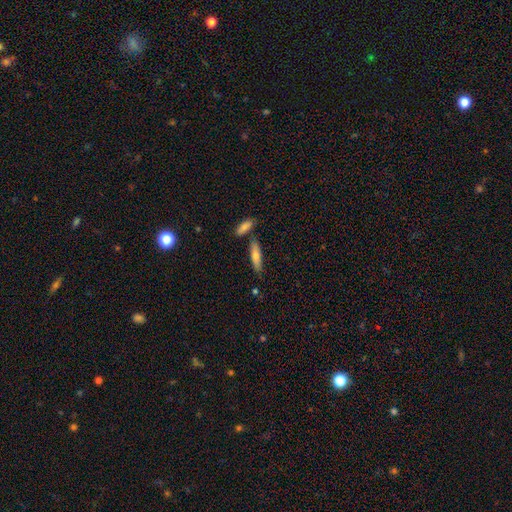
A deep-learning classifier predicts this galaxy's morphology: This is likely a smooth galaxy (70%). How rounded: likely cigar-shaped (68%). Merging: likely none (72%).